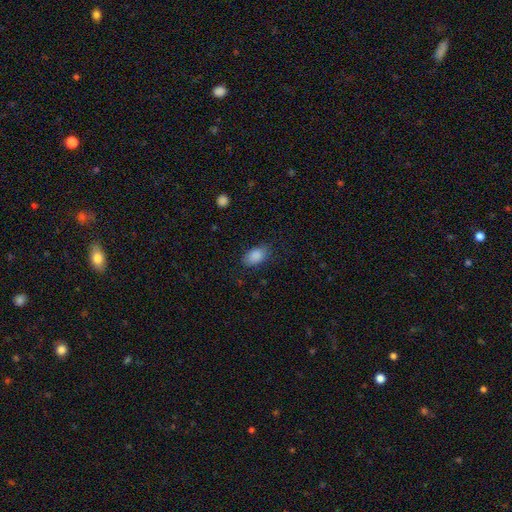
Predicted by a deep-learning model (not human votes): A smooth galaxy with no disk features (88%) that is in between round and cigar-shaped (90%).

Vote fractions:
- Smooth or featured? smooth: 88% / star or artifact: 8% / featured or disk: 4%
- How rounded? in between: 90% / round: 9% / cigar-shaped: 2%
- Merging? none: 79% / minor disturbance: 15% / major disturbance: 4% / merger: 1%